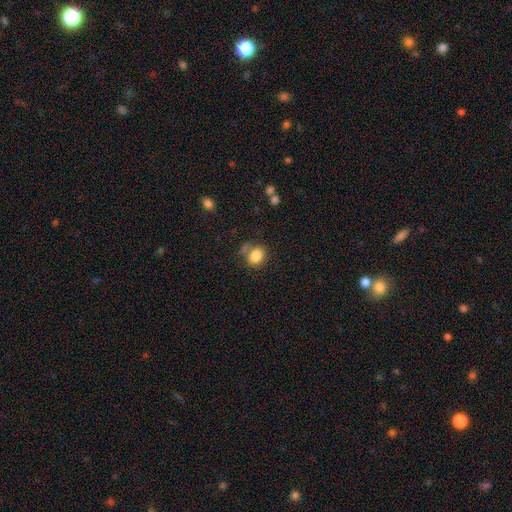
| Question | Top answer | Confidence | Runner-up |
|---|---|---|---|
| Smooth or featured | smooth | 89% | featured or disk (8%) |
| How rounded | in between | 61% | round (39%) |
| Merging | none | 39% | merger (25%) |